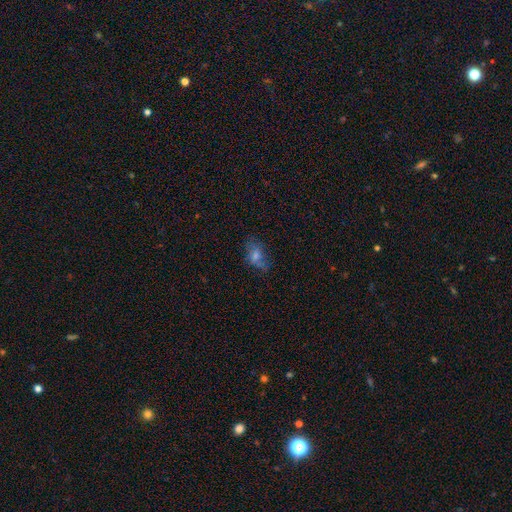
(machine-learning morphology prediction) A smooth galaxy with no disk features (49%).

Vote fractions:
- Smooth or featured? smooth: 49% / featured or disk: 30% / star or artifact: 21%
- Merging? none: 58% / minor disturbance: 24% / major disturbance: 13% / merger: 4%